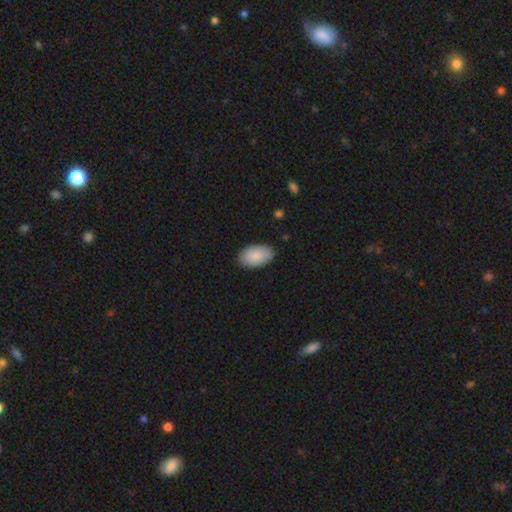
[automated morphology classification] type=smooth (89%); roundness=in between (95%); merging=none (88%).